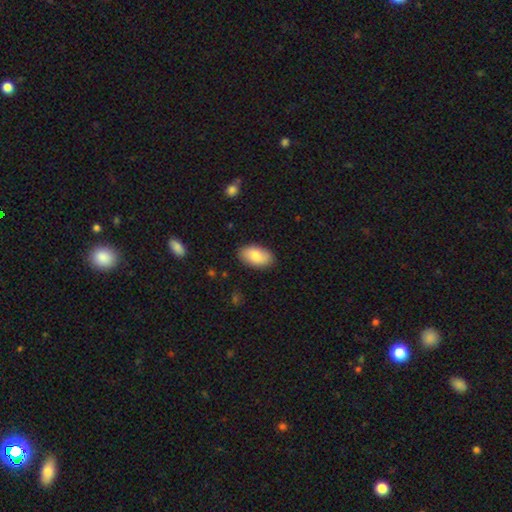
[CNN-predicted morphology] Q: Smooth or featured?
A: smooth (80%); runner-up: featured or disk (14%)
Q: How rounded?
A: in between (95%); runner-up: round (4%)
Q: Merging?
A: none (86%); runner-up: minor disturbance (10%)